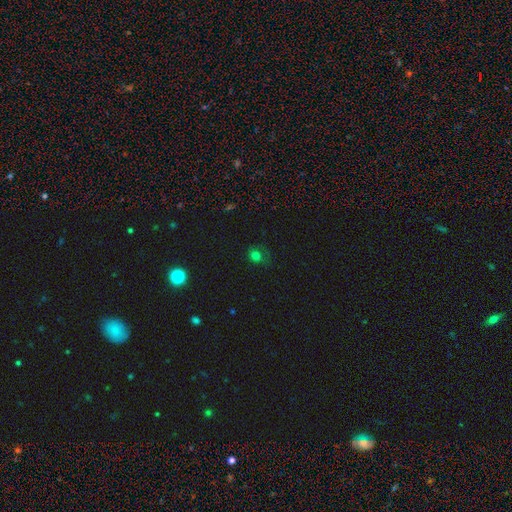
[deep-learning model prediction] smooth_or_featured: smooth (p=0.72) [alt: star or artifact p=0.21]
how_rounded: round (p=0.63) [alt: in between p=0.36]
merging: none (p=0.67) [alt: minor disturbance p=0.21]